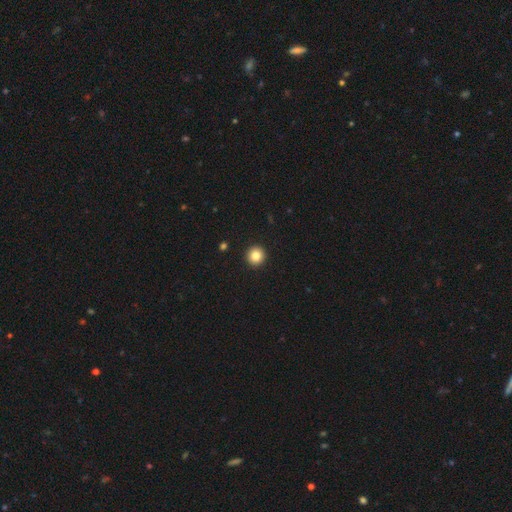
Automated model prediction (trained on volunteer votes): The model was most divided on "smooth or featured": smooth: 84%, star or artifact: 10%, featured or disk: 6%. More confident: how rounded — round (96%); merging — none (94%).